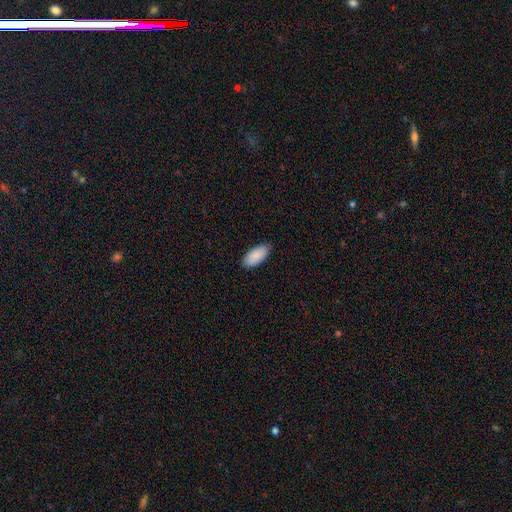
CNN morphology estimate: This is clearly a smooth galaxy (90%). How rounded: clearly in between (93%). Merging: clearly none (84%).